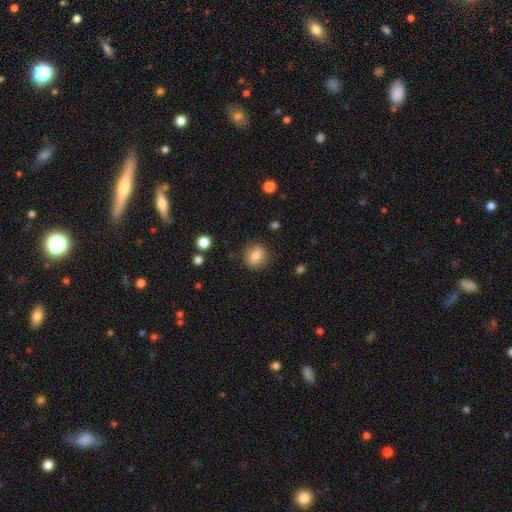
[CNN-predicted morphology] A smooth galaxy with no disk features (81%) that is round (71%). Merging: none (85%).